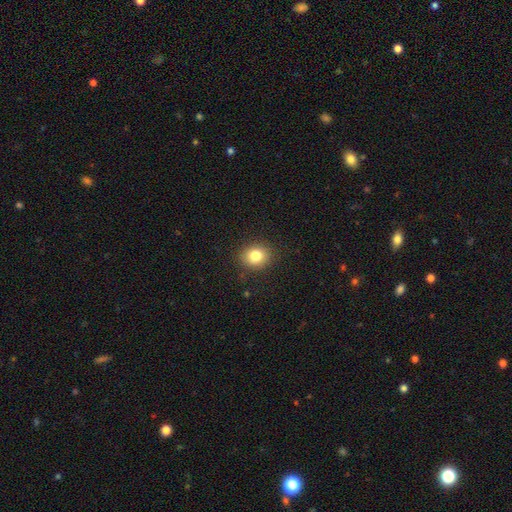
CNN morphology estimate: Overall: smooth (82%). How rounded: round (63%; in between 36%). Merging: none (87%).